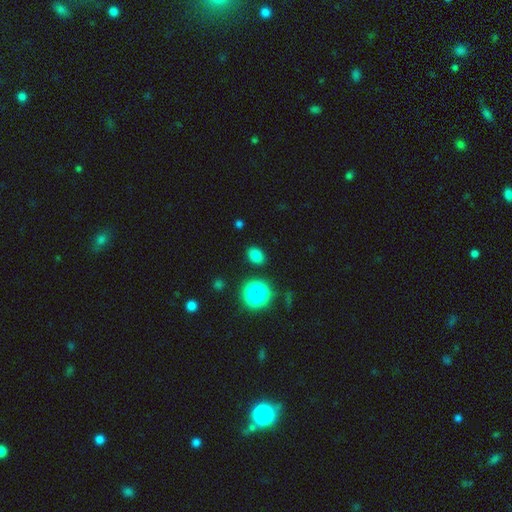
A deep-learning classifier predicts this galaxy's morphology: Overall: smooth (79%). How rounded: in between (66%; round 33%). Merging: none (86%).